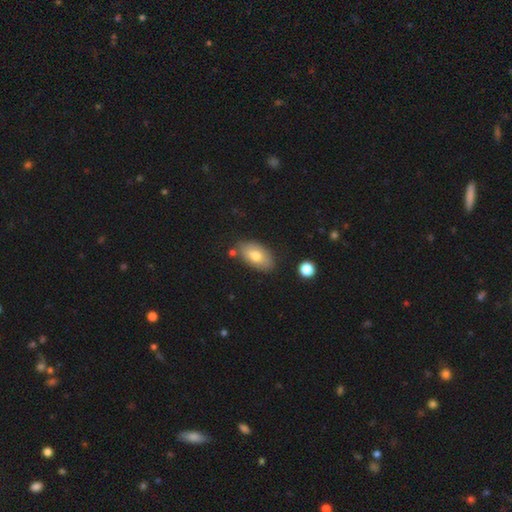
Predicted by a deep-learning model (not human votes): Smooth or featured? Predicted: smooth (p=0.73). How rounded? Predicted: in between (p=0.92). Merging? Predicted: none (p=0.76).